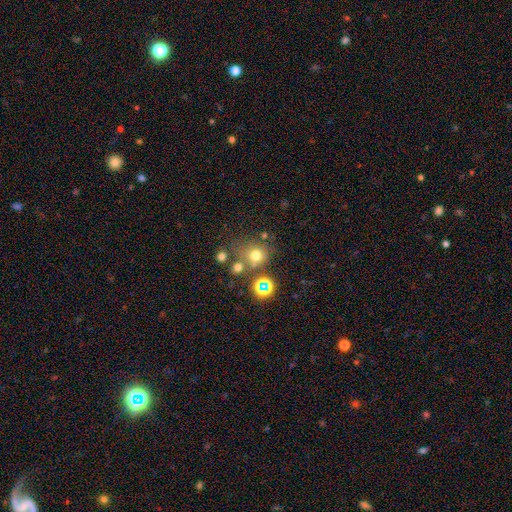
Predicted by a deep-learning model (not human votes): Q: Smooth or featured?
A: smooth (66%); runner-up: star or artifact (23%)
Q: How rounded?
A: round (81%); runner-up: in between (18%)
Q: Merging?
A: none (63%); runner-up: merger (17%)